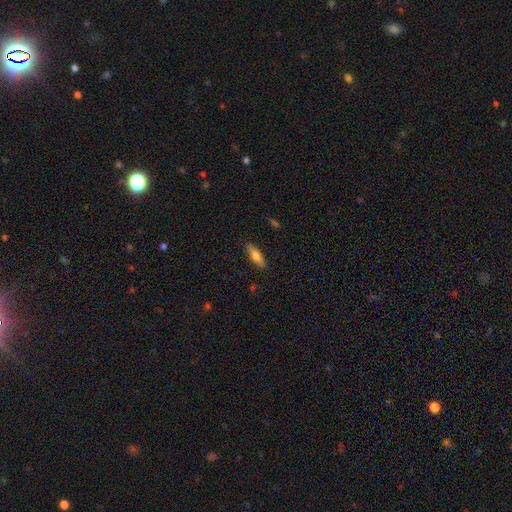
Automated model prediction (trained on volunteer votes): A smooth galaxy with no disk features (72%) that is in between round and cigar-shaped (52%).

Vote fractions:
- Smooth or featured? smooth: 72% / featured or disk: 22% / star or artifact: 7%
- How rounded? in between: 52% / cigar-shaped: 46% / round: 2%
- Merging? none: 88% / minor disturbance: 9% / major disturbance: 2% / merger: 1%